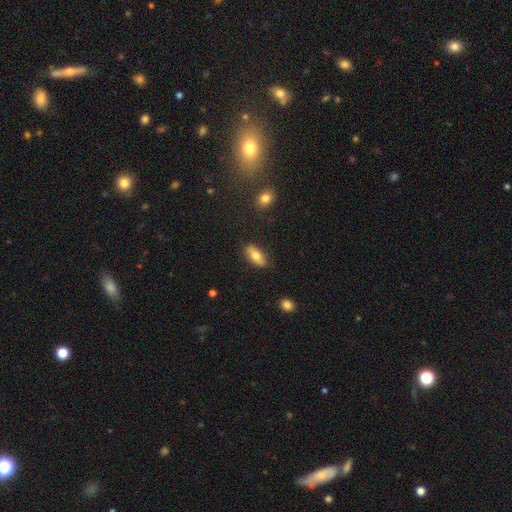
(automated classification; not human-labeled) Overall: smooth (73%). How rounded: in between (83%). Merging: none (85%).